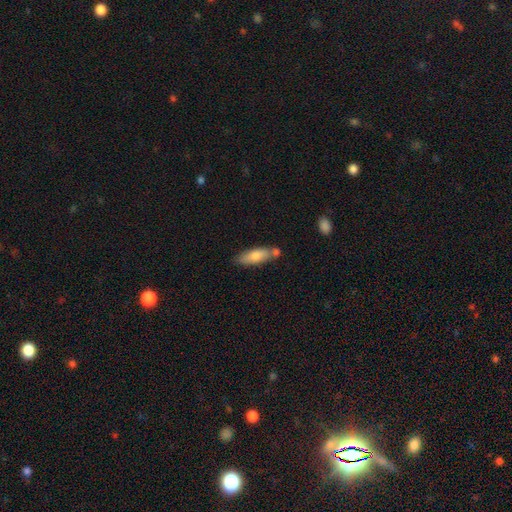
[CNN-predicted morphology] smooth 76%, featured or disk 18%, star or artifact 6%. Down the decision tree: how rounded — in between (54%); merging — none (58%).